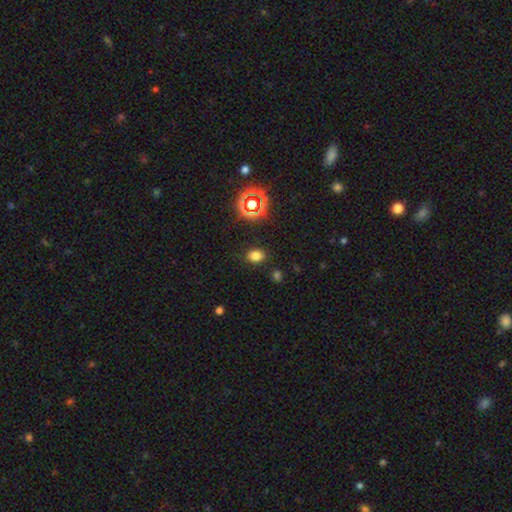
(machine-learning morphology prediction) Smooth or featured: smooth — 76% (star or artifact — 18%)
How rounded: in between — 62% (round — 37%)
Merging: none — 86% (minor disturbance — 9%)